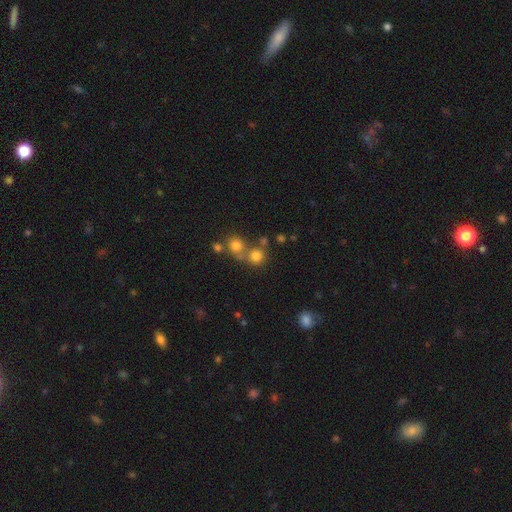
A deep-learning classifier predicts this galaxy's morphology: Smooth or featured?
  - smooth: 76% *
  - star or artifact: 15%
  - featured or disk: 9%
How rounded?
  - round: 87% *
  - in between: 12%
  - cigar-shaped: 1%
Merging?
  - none: 51% *
  - merger: 37%
  - minor disturbance: 8%
  - major disturbance: 5%